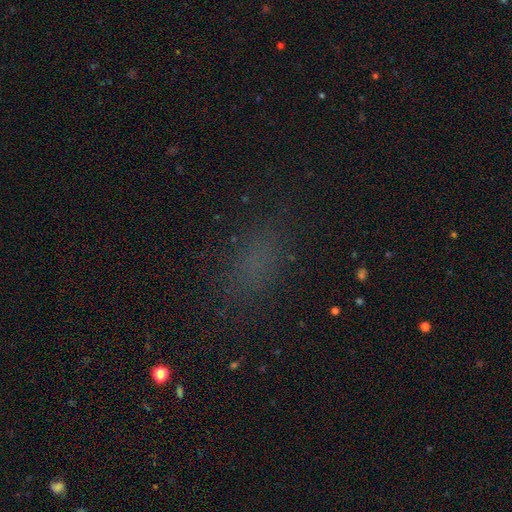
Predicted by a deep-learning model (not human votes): This is possibly a smooth galaxy (57%). How rounded: likely in between (76%). Merging: likely none (72%).